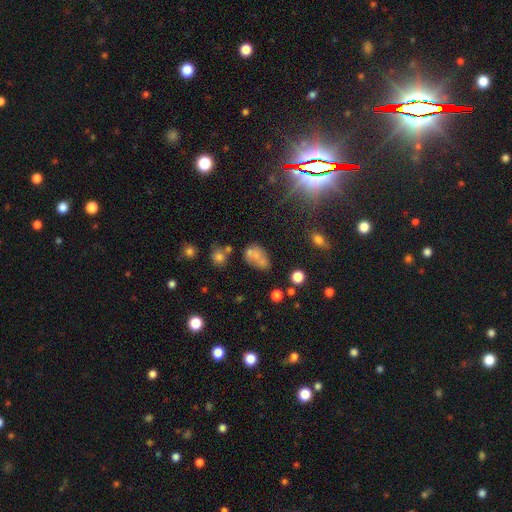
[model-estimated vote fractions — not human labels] smooth 59%, featured or disk 24%, star or artifact 17%. Down the decision tree: how rounded — in between (75%); merging — merger (35%, tied with none).